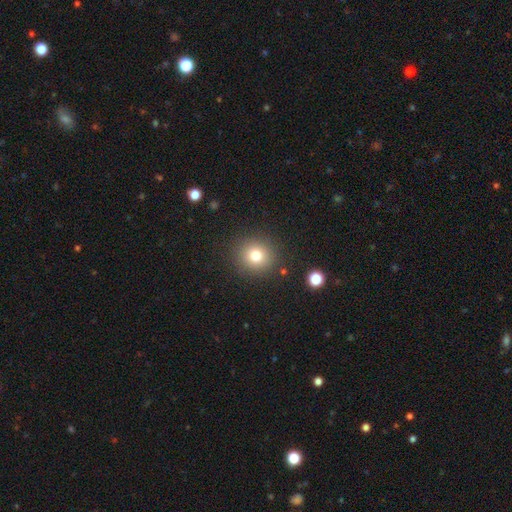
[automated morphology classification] This is likely a smooth galaxy (78%). How rounded: clearly round (88%). Merging: clearly none (88%).